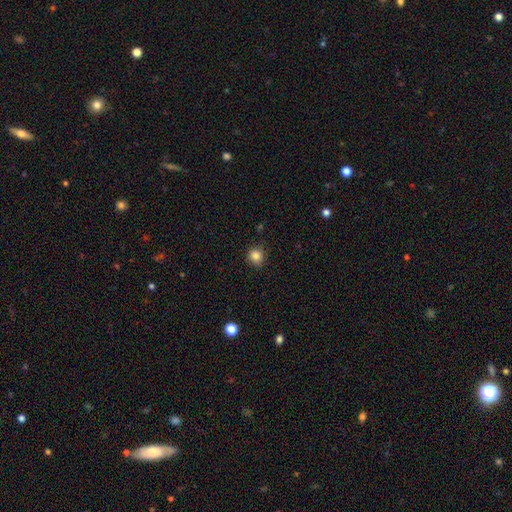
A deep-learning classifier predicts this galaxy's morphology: smooth_or_featured: smooth (p=0.85) [alt: star or artifact p=0.11]
how_rounded: round (p=0.85) [alt: in between p=0.14]
merging: none (p=0.80) [alt: minor disturbance p=0.16]